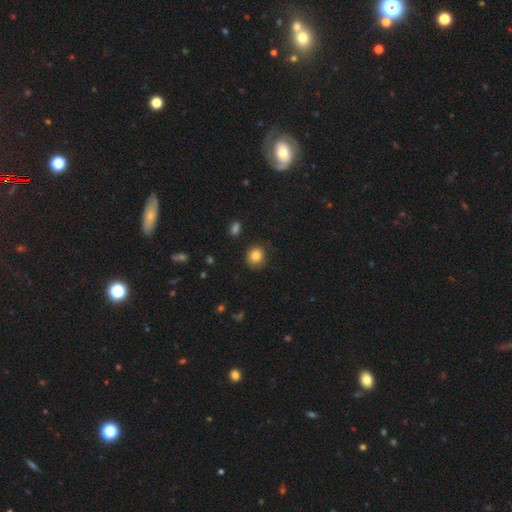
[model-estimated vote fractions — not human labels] Smooth or featured: smooth — 83% (star or artifact — 10%)
How rounded: round — 84% (in between — 16%)
Merging: none — 83% (minor disturbance — 12%)